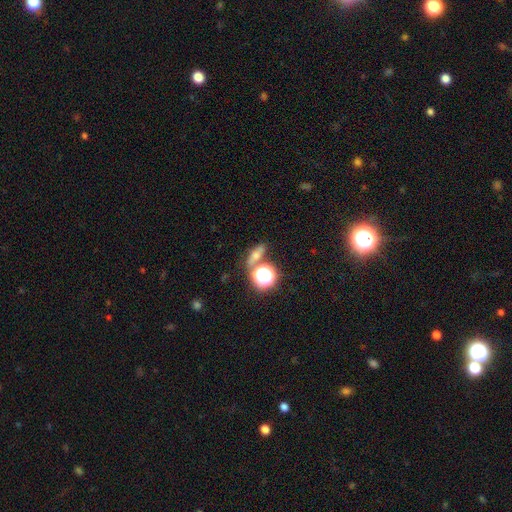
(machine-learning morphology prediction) A smooth galaxy with no disk features (52%) that is in between round and cigar-shaped (45%). Merging: none (65%).